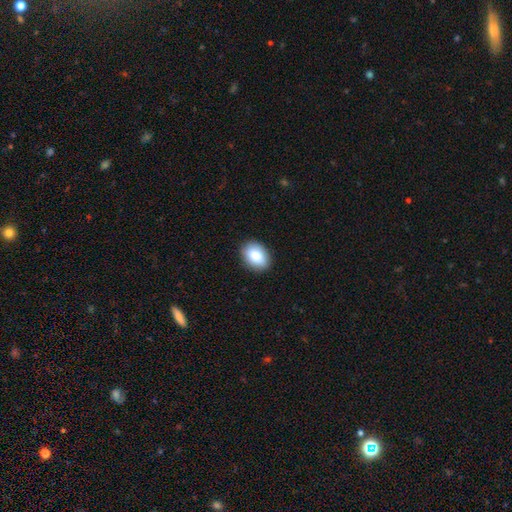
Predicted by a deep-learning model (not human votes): This appears to be a smooth galaxy with no disk features (85%) that is in between round and cigar-shaped (80%). Merging: none (89%).